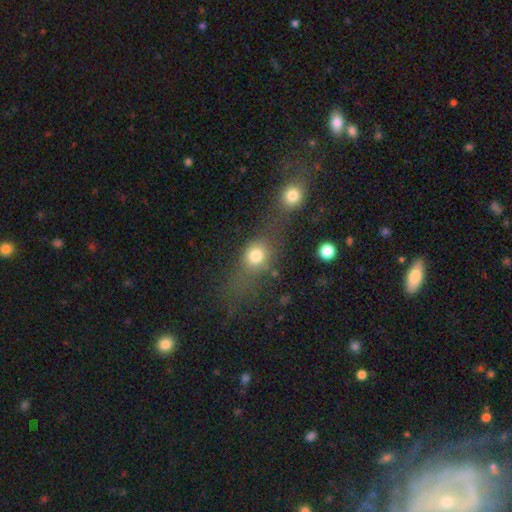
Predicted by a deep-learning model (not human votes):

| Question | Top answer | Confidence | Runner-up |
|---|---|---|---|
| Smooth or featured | smooth | 75% | star or artifact (14%) |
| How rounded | round | 55% | in between (40%) |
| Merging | none | 43% | merger (28%) |